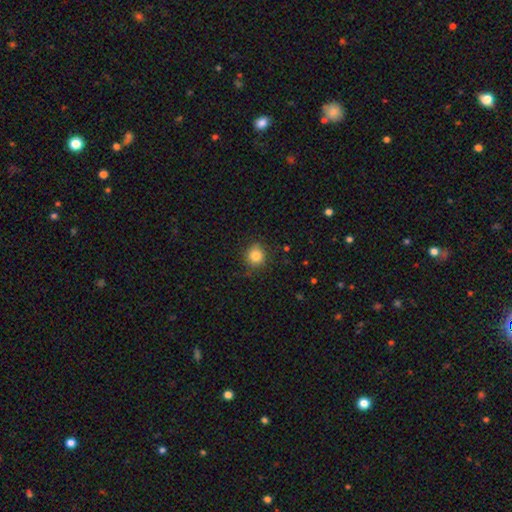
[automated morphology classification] Smooth or featured? Predicted: smooth (p=0.83). How rounded? Predicted: round (p=0.85). Merging? Predicted: none (p=0.85).